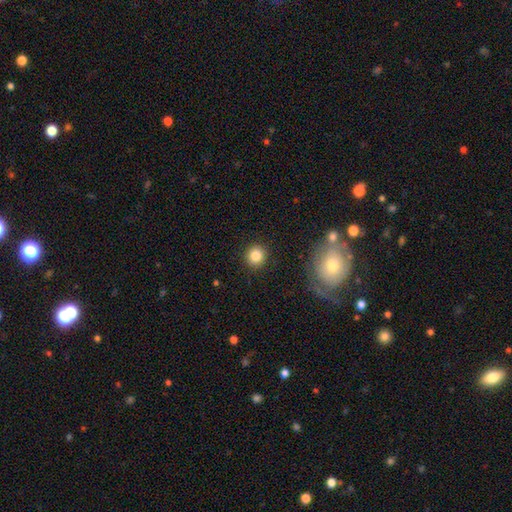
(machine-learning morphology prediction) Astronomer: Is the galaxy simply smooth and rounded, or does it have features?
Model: smooth — 83%.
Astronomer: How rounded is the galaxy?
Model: round — 91%.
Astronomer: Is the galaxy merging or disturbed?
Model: none — 91%.